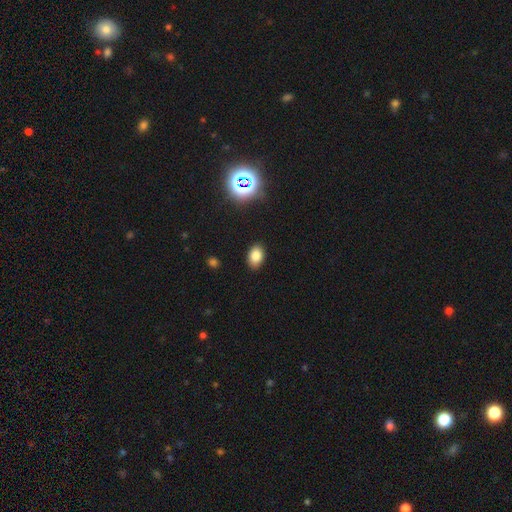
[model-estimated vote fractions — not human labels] Q: Smooth or featured?
A: smooth (81%); runner-up: star or artifact (13%)
Q: How rounded?
A: in between (84%); runner-up: round (15%)
Q: Merging?
A: none (87%); runner-up: minor disturbance (9%)